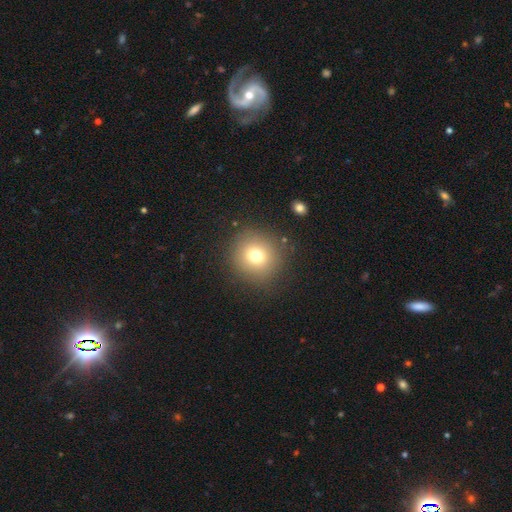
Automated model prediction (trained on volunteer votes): Morphology: type=smooth (73%); roundness=round (92%); merging=none (87%).